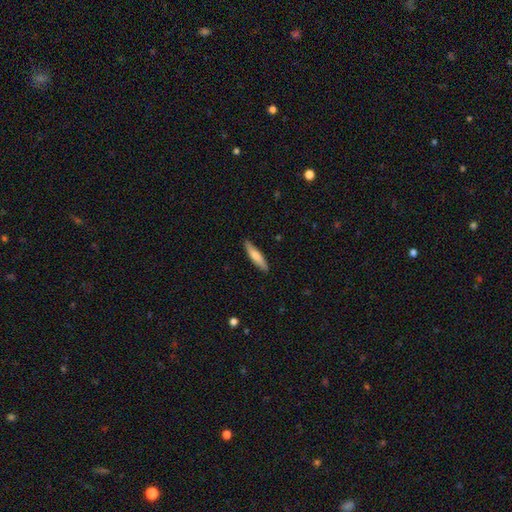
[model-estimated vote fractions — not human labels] Morphology: type=smooth (71%); roundness=cigar-shaped (82%); merging=none (88%).